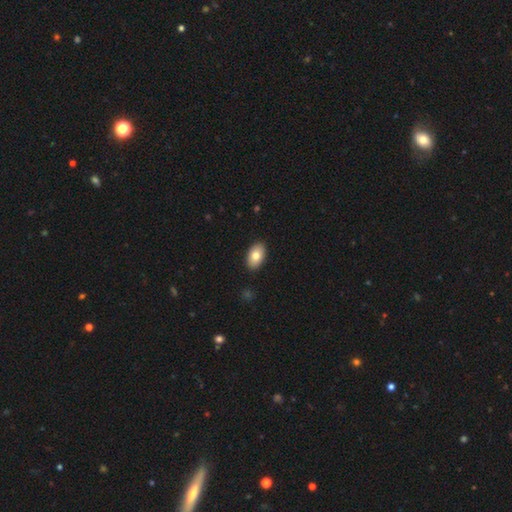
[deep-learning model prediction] Q: Smooth or featured?
A: smooth (79%); runner-up: featured or disk (14%)
Q: How rounded?
A: in between (93%); runner-up: round (6%)
Q: Merging?
A: none (90%); runner-up: minor disturbance (8%)